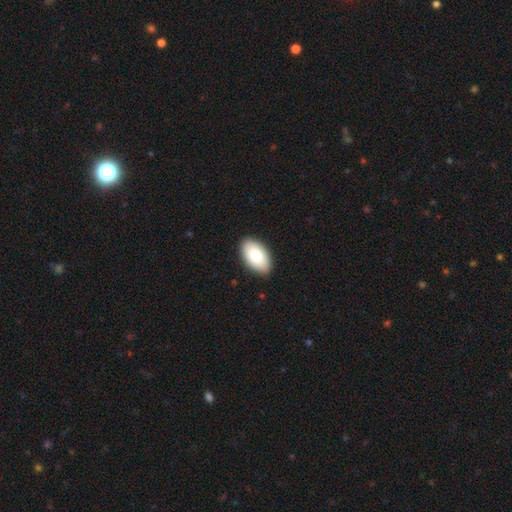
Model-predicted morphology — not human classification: This is clearly a smooth galaxy (84%). How rounded: clearly in between (96%). Merging: clearly none (89%).